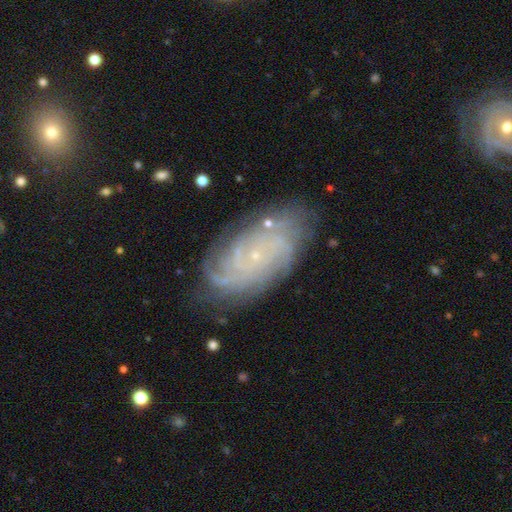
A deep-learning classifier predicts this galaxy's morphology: This appears to be a featured or disk galaxy (83%) with no bar (76%), tight (71%) spiral arms (96%) and a small central bulge (87%). Merging: none (77%).